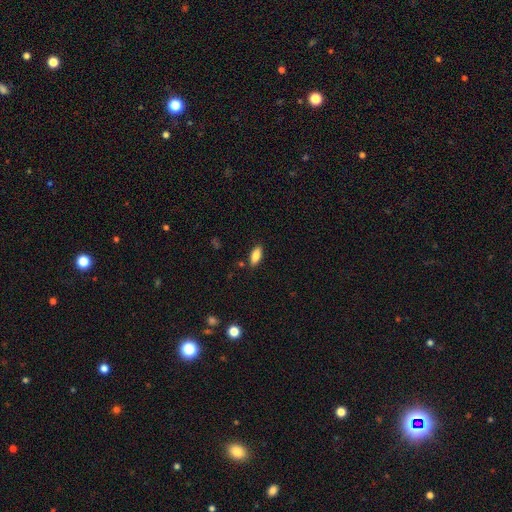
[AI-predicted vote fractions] Q: Smooth or featured?
A: smooth (86%); runner-up: star or artifact (7%)
Q: How rounded?
A: in between (84%); runner-up: cigar-shaped (14%)
Q: Merging?
A: none (85%); runner-up: minor disturbance (10%)